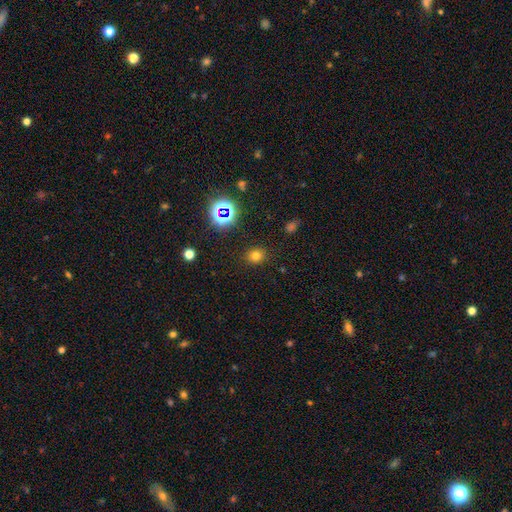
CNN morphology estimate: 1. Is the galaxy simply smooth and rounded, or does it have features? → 71% smooth, 22% star or artifact, 7% featured or disk.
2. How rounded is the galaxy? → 75% round, 24% in between, 1% cigar-shaped.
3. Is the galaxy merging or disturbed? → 88% none, 8% minor disturbance, 3% major disturbance, 1% merger.